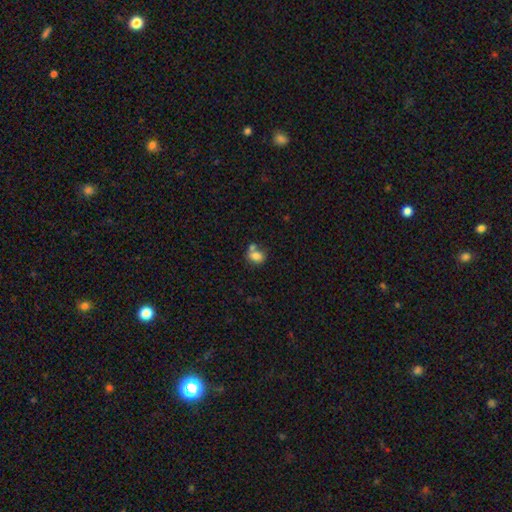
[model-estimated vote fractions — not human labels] A smooth galaxy with no disk features (78%) that is round (50%). Merging: none (42%).